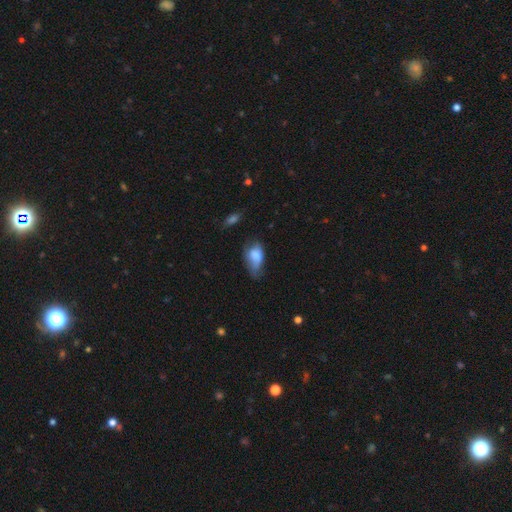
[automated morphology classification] This is likely a smooth galaxy (75%). How rounded: clearly in between (90%). Merging: marginally minor disturbance (41%).